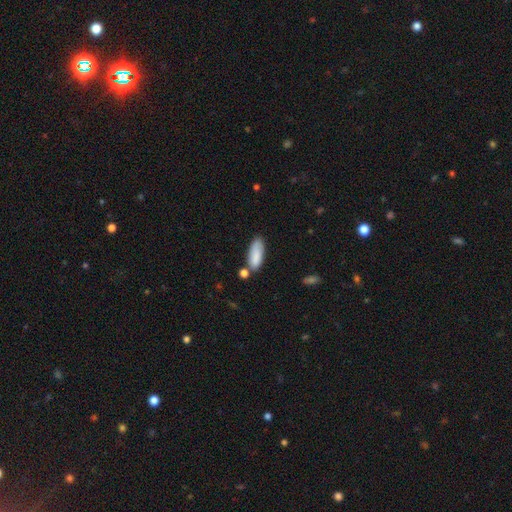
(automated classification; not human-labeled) The model was most divided on "merging": none: 64%, minor disturbance: 20%, merger: 11%, major disturbance: 5%. More confident: smooth or featured — smooth (85%); how rounded — in between (73%).